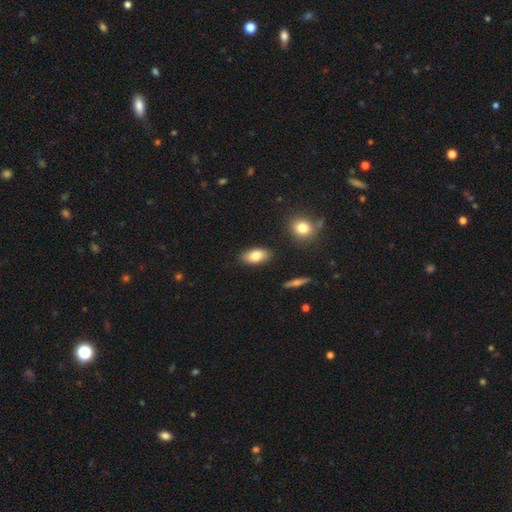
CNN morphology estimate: Overall: smooth (81%). How rounded: in between (90%). Merging: none (86%).